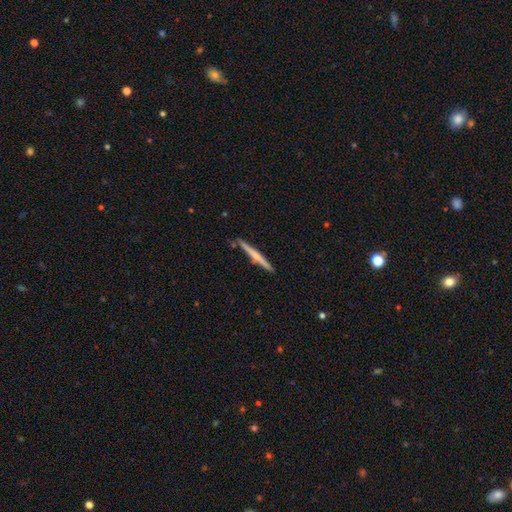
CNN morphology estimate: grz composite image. It shows a featured or disk galaxy (52%) viewed edge-on (98%) with no central bulge (55%). Merging: none (89%).